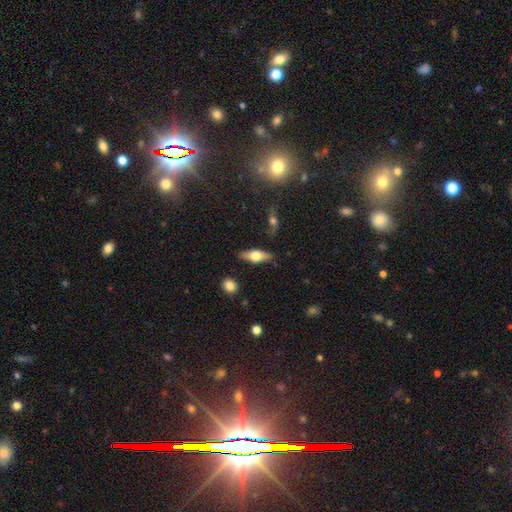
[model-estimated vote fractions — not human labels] This is possibly a smooth galaxy (48%). Merging: clearly none (84%).